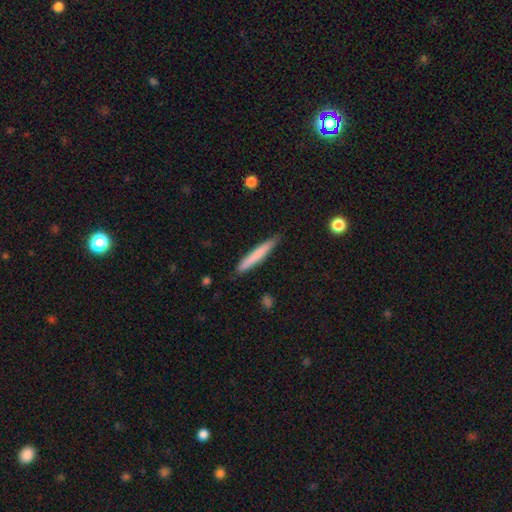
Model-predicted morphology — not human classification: A smooth galaxy with no disk features (73%) that is cigar-shaped (95%).

Vote fractions:
- Smooth or featured? smooth: 73% / featured or disk: 21% / star or artifact: 6%
- How rounded? cigar-shaped: 95% / in between: 3% / round: 1%
- Merging? none: 87% / minor disturbance: 10% / major disturbance: 2% / merger: 1%